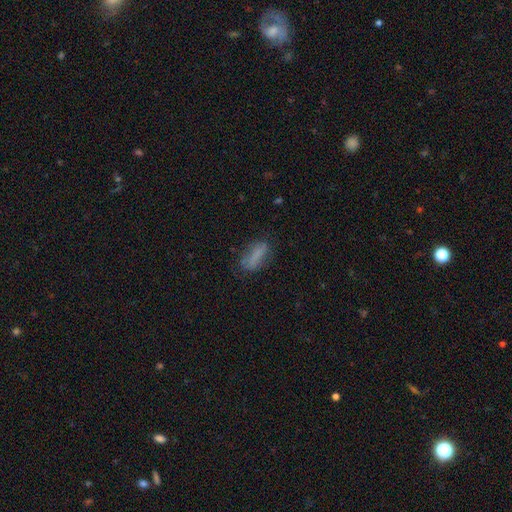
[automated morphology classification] This is likely a smooth galaxy (72%). How rounded: possibly in between (52%). Merging: likely none (69%).